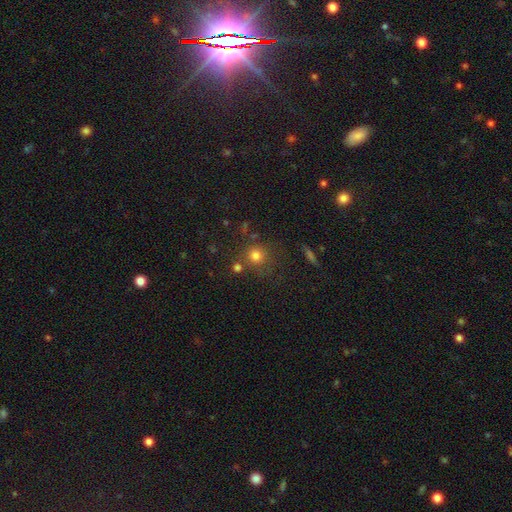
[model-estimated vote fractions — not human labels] Smooth or featured? Predicted: smooth (p=0.76). How rounded? Predicted: round (p=0.91). Merging? Predicted: none (p=0.71).